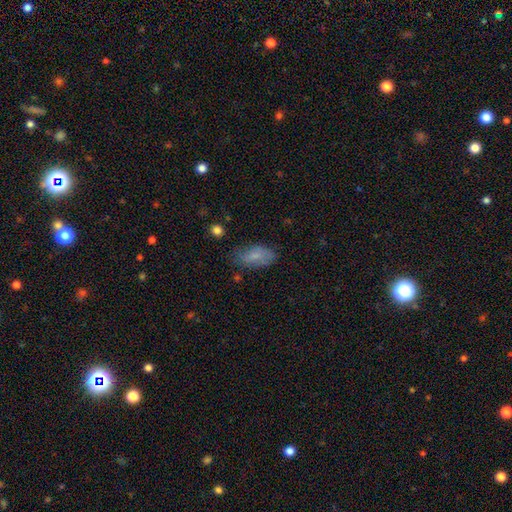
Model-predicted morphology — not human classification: A smooth galaxy with no disk features (74%) that is in between round and cigar-shaped (91%).

Vote fractions:
- Smooth or featured? smooth: 74% / featured or disk: 18% / star or artifact: 8%
- How rounded? in between: 91% / cigar-shaped: 6% / round: 3%
- Merging? none: 64% / minor disturbance: 26% / major disturbance: 8% / merger: 2%